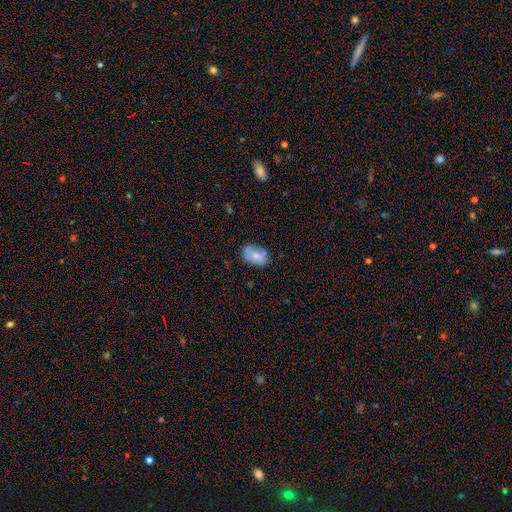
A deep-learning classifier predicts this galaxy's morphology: Smooth or featured?
  - smooth: 68% *
  - featured or disk: 24%
  - star or artifact: 8%
How rounded?
  - in between: 84% *
  - round: 14%
  - cigar-shaped: 1%
Merging?
  - none: 62% *
  - minor disturbance: 24%
  - major disturbance: 7%
  - merger: 7%